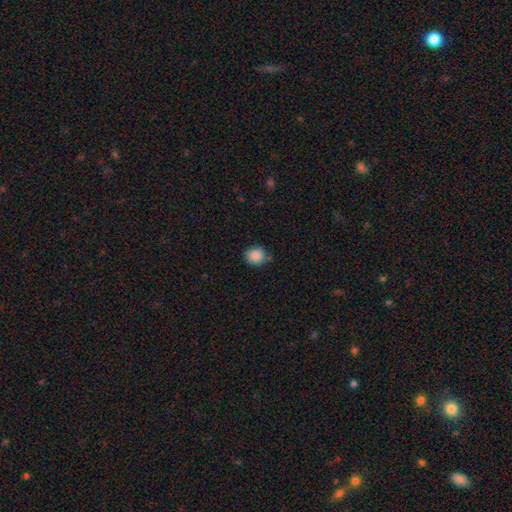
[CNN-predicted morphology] smooth-or-featured: smooth: 88% | star or artifact: 9% | featured or disk: 4%
  how-rounded: round: 76% | in between: 23% | cigar-shaped: 1%
  merging: none: 74% | minor disturbance: 21% | major disturbance: 4% | merger: 2%